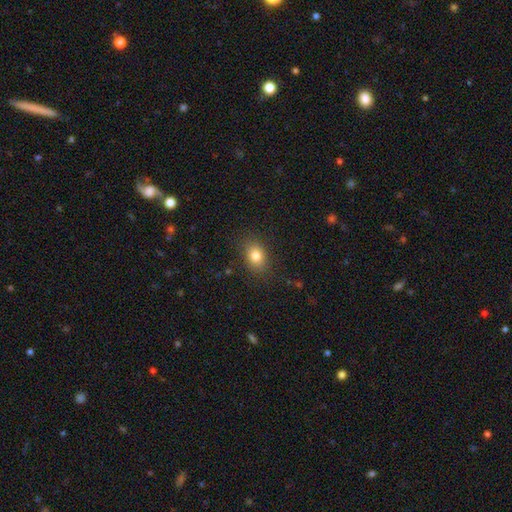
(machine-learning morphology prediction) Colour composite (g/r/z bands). It shows a smooth galaxy with no disk features (81%) that is in between round and cigar-shaped (68%). Merging: none (84%).